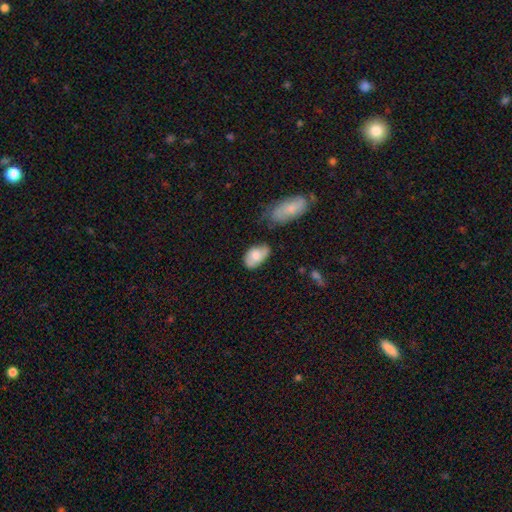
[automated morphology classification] Q: Smooth or featured?
A: smooth (62%); runner-up: featured or disk (31%)
Q: How rounded?
A: in between (90%); runner-up: round (9%)
Q: Merging?
A: none (51%); runner-up: minor disturbance (32%)